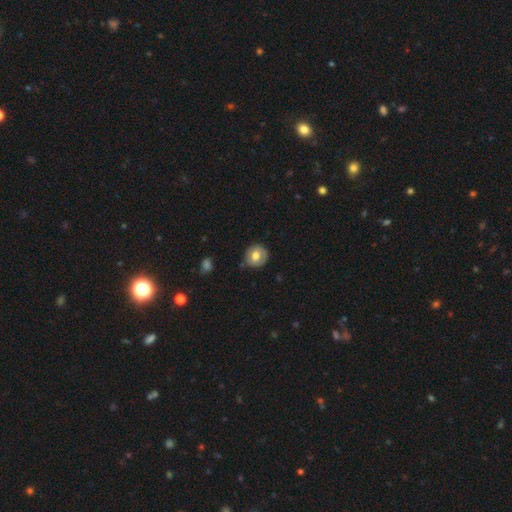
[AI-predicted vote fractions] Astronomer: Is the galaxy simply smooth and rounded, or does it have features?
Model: smooth — 65%.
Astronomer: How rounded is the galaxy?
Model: round — 84%.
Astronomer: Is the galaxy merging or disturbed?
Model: none — 79%.